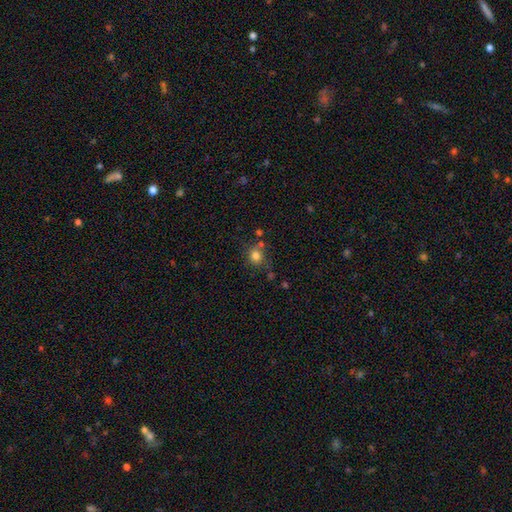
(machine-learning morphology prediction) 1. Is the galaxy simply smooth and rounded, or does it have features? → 80% smooth, 13% star or artifact, 7% featured or disk.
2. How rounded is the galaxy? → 80% round, 19% in between, 1% cigar-shaped.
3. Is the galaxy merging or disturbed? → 67% none, 15% minor disturbance, 13% merger, 5% major disturbance.